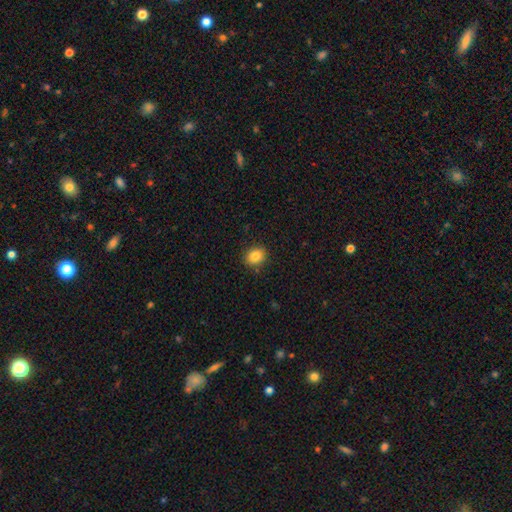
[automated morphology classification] Smooth or featured: smooth — 83% (star or artifact — 10%)
How rounded: round — 63% (in between — 36%)
Merging: none — 89% (minor disturbance — 8%)